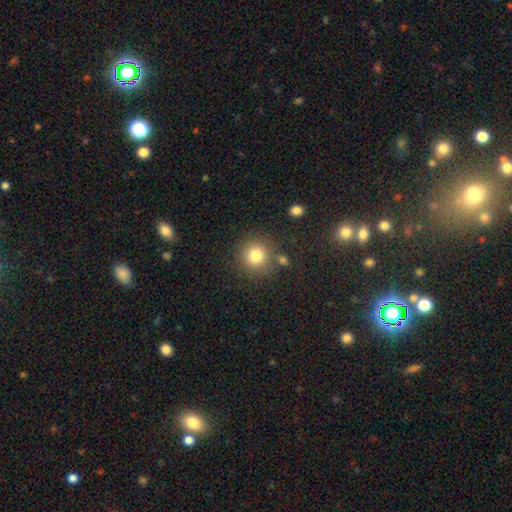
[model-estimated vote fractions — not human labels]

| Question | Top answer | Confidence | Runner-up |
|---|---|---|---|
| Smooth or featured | smooth | 81% | star or artifact (12%) |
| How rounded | round | 92% | in between (7%) |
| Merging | none | 80% | minor disturbance (9%) |